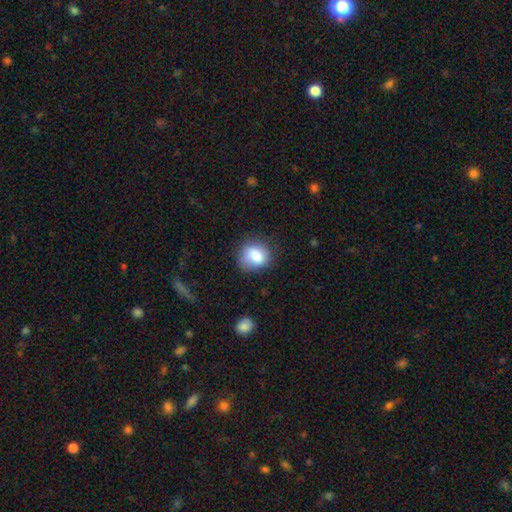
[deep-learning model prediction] smooth_or_featured: smooth (p=0.84) [alt: star or artifact p=0.08]
how_rounded: round (p=0.65) [alt: in between p=0.34]
merging: none (p=0.69) [alt: minor disturbance p=0.22]